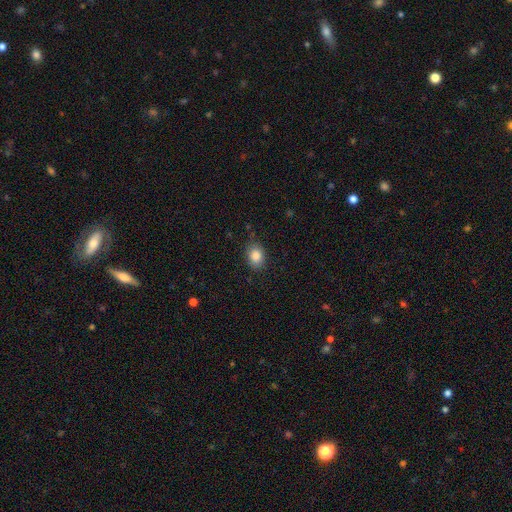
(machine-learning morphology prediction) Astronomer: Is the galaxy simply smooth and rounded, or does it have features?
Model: smooth — 86%.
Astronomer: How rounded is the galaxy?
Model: in between — 69%.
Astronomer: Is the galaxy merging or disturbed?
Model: none — 80%.